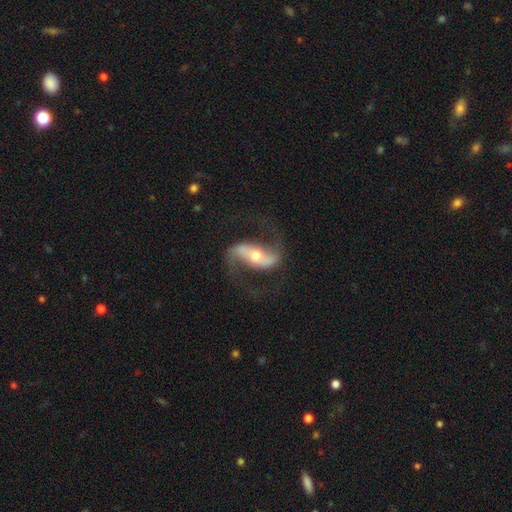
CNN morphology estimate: smooth_or_featured: featured or disk (p=0.88) [alt: smooth p=0.08]
disk_edge_on: no (p=0.94) [alt: yes p=0.06]
bar: strong (p=0.54) [alt: weak p=0.28]
has_spiral_arms: yes (p=0.96) [alt: no p=0.04]
spiral_winding: loose (p=0.58) [alt: medium p=0.34]
spiral_arm_count: 2 (p=0.94) [alt: can't tell p=0.02]
bulge_size: moderate (p=0.67) [alt: small p=0.24]
merging: none (p=0.75) [alt: minor disturbance p=0.13]